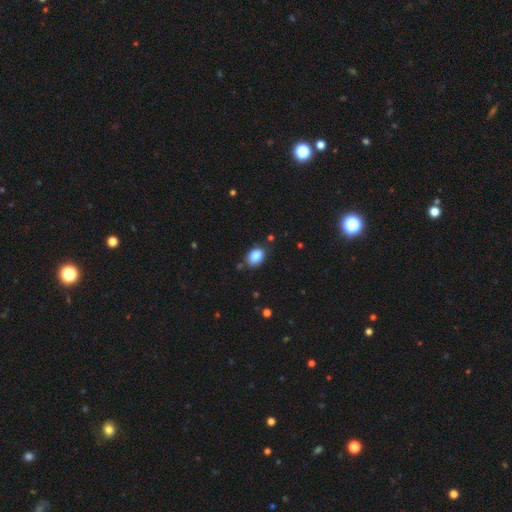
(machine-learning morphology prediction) Smooth or featured: smooth — 86% (star or artifact — 9%)
How rounded: in between — 75% (round — 24%)
Merging: none — 80% (minor disturbance — 15%)